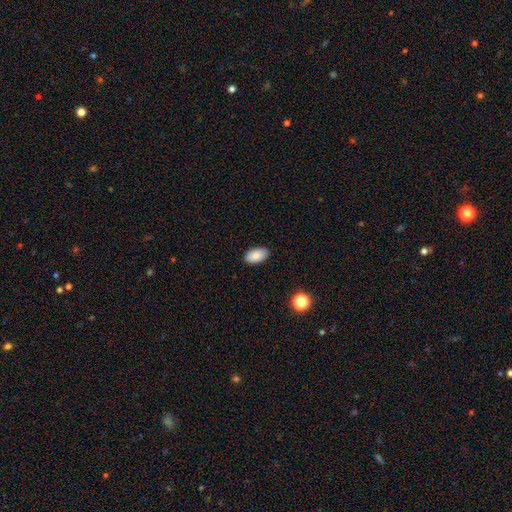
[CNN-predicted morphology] Smooth or featured? smooth (87%)
How rounded? in between (95%)
Merging? none (88%)